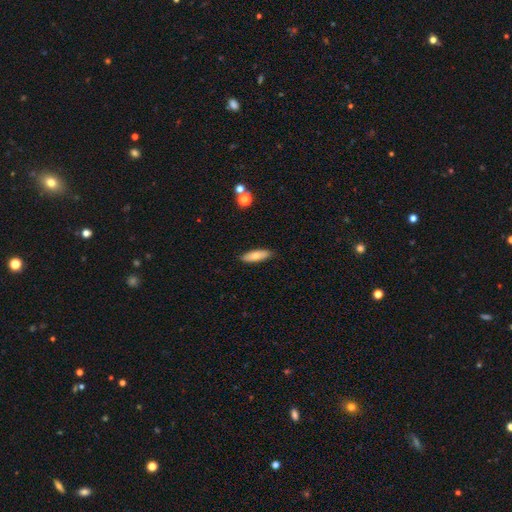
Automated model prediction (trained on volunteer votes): smooth_or_featured: smooth (p=0.75) [alt: featured or disk p=0.18]
how_rounded: in between (p=0.49) [tied with: cigar-shaped p=0.49]
merging: none (p=0.87) [alt: minor disturbance p=0.09]